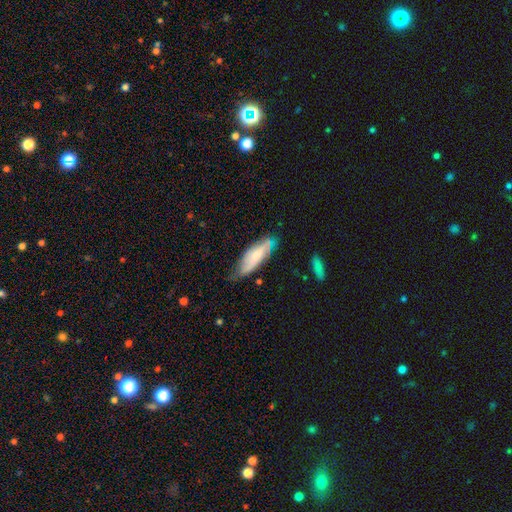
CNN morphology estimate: type=smooth (49%); merging=none (61%).